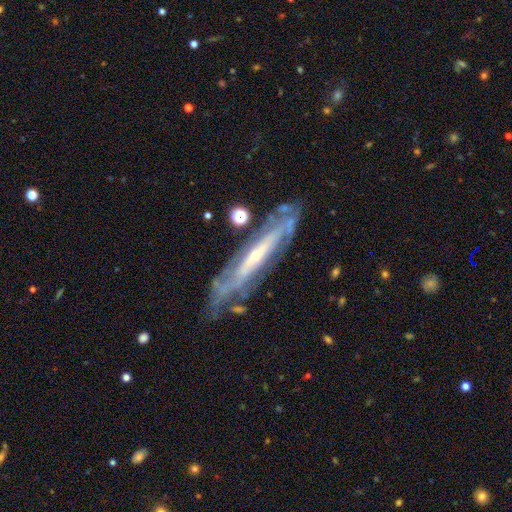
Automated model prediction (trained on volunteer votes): featured or disk 83%, smooth 11%, star or artifact 6%. Down the decision tree: edge-on disk — no (56%); merging — none (73%).